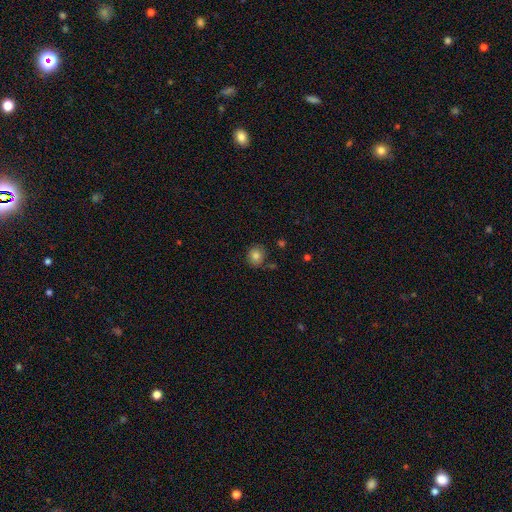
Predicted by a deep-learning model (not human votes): Smooth or featured? Predicted: smooth (p=0.82). How rounded? Predicted: round (p=0.80). Merging? Predicted: none (p=0.80).